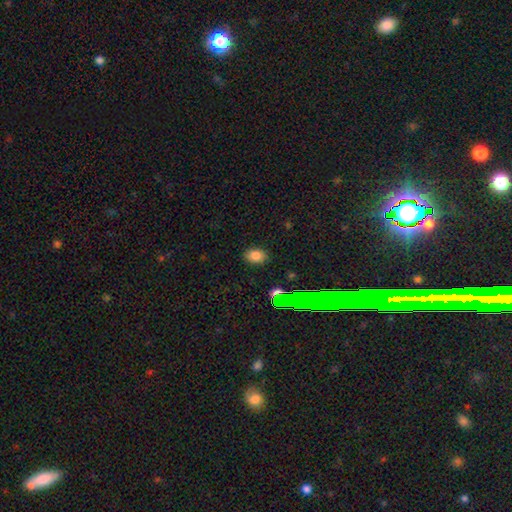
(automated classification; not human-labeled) The model was most divided on "how rounded": in between: 78%, round: 21%, cigar-shaped: 1%. More confident: merging — none (86%); smooth or featured — smooth (79%).